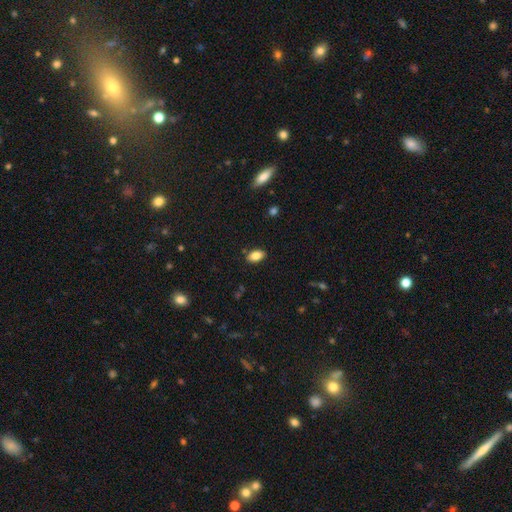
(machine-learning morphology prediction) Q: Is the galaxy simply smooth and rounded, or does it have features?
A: smooth — 82%.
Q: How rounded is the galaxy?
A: in between — 91%.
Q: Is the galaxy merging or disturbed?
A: none — 86%.